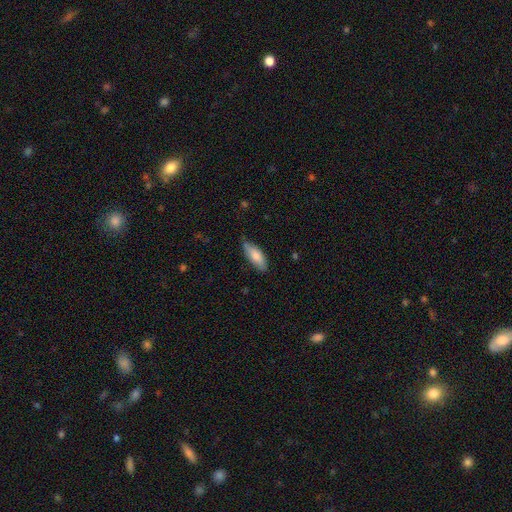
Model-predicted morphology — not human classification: The model was most divided on "how rounded": in between: 74%, cigar-shaped: 25%, round: 2%. More confident: smooth or featured — smooth (78%); merging — none (76%).